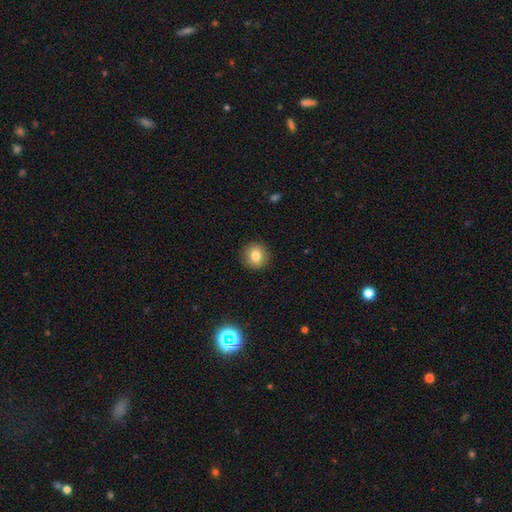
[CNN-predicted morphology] The model was most divided on "smooth or featured": smooth: 81%, star or artifact: 10%, featured or disk: 9%. More confident: how rounded — round (92%); merging — none (91%).